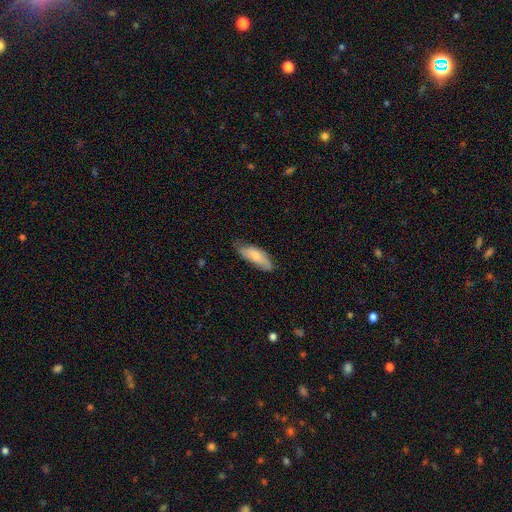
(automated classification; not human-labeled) Smooth or featured: smooth — 67% (featured or disk — 28%)
How rounded: in between — 72% (cigar-shaped — 26%)
Merging: none — 65% (minor disturbance — 29%)